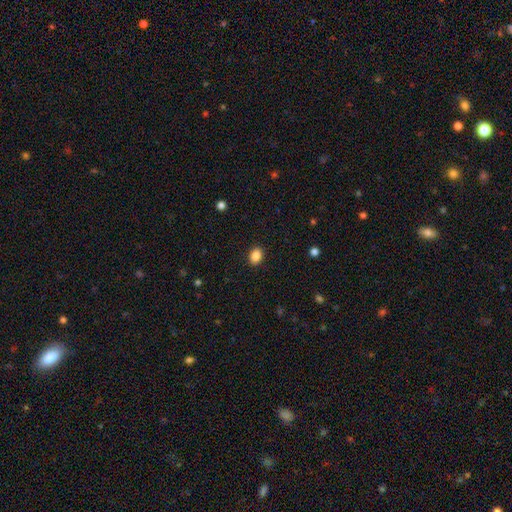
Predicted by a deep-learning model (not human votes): Smooth or featured? Predicted: smooth (p=0.88). How rounded? Predicted: in between (p=0.65). Merging? Predicted: none (p=0.90).